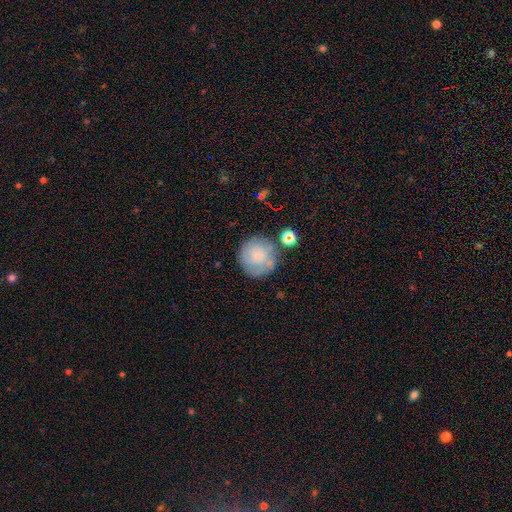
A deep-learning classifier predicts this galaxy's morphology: A smooth galaxy with no disk features (71%) that is round (92%). Merging: none (69%).